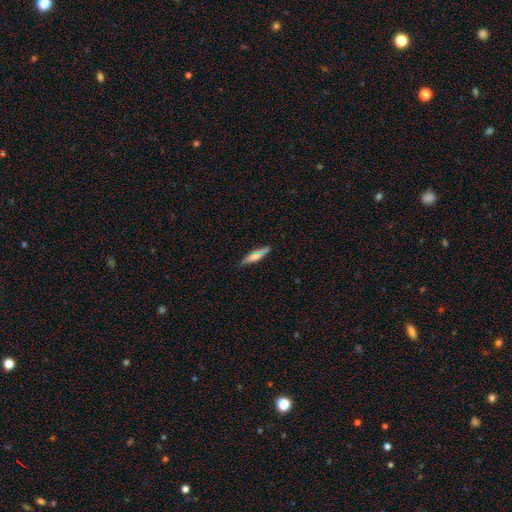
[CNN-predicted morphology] smooth_or_featured: smooth (p=0.56) [alt: featured or disk p=0.36]
how_rounded: cigar-shaped (p=0.76) [alt: in between p=0.22]
merging: none (p=0.79) [alt: minor disturbance p=0.15]